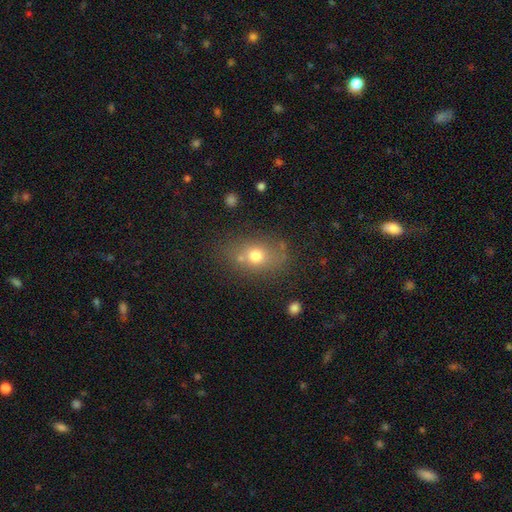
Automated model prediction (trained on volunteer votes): This appears to be a smooth galaxy with no disk features (70%) that is in between round and cigar-shaped (62%). Merging: none (69%).